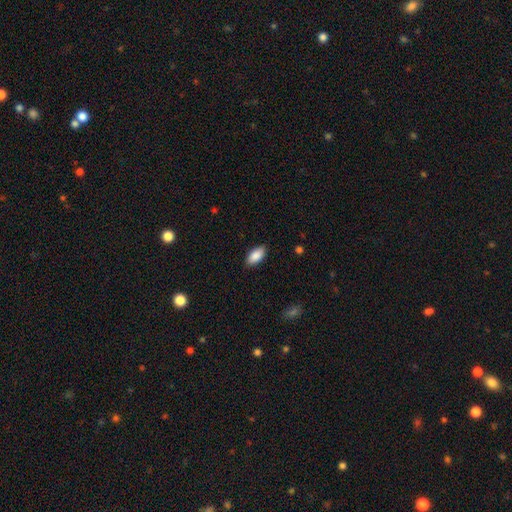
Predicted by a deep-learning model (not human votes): This appears to be a smooth galaxy with no disk features (89%) that is in between round and cigar-shaped (93%). Merging: none (87%).